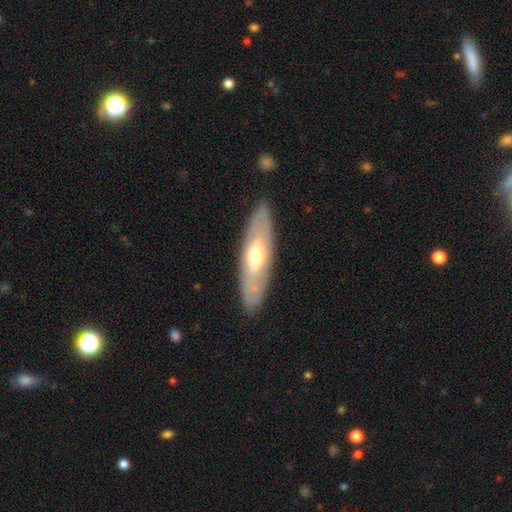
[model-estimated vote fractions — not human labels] Smooth or featured? Predicted: featured or disk (p=0.52). Edge-on disk? Predicted: no (p=0.60). Merging? Predicted: none (p=0.86).